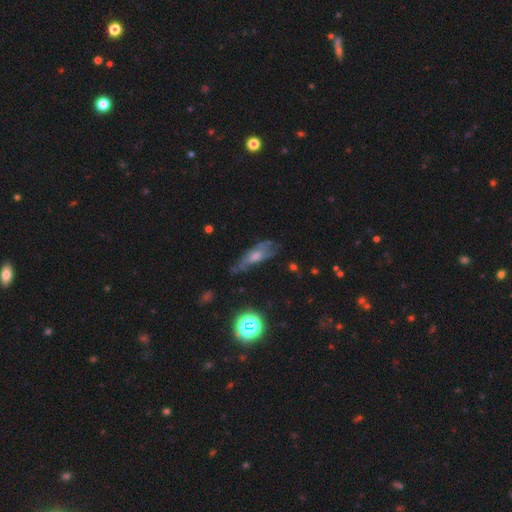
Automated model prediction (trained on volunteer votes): This is possibly a featured or disk galaxy (50%). Merging: marginally none (44%).